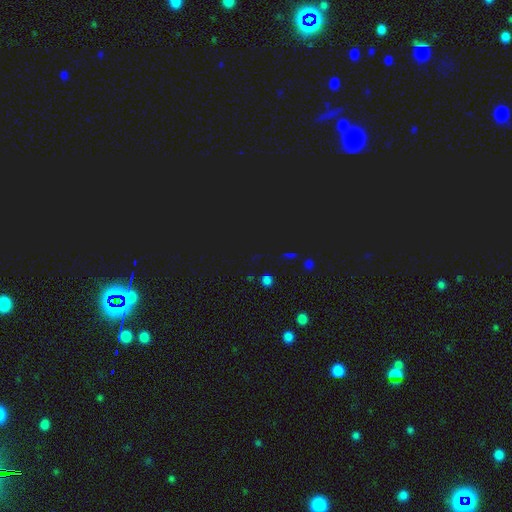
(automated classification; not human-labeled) A star or artifact, not a galaxy (66%).

Vote fractions:
- Smooth or featured? star or artifact: 66% / smooth: 28% / featured or disk: 7%